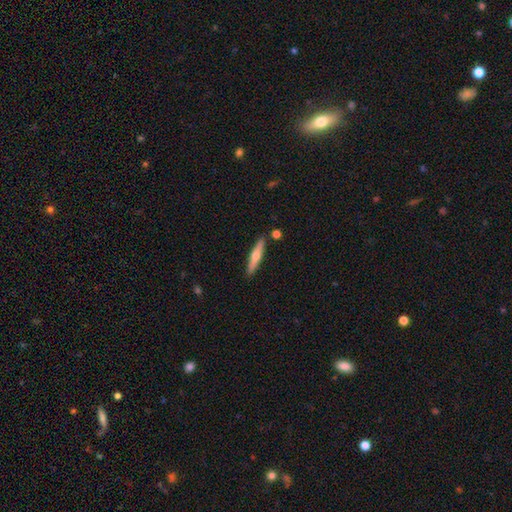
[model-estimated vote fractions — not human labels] Smooth or featured: smooth — 50% (featured or disk — 45%)
Merging: none — 87% (minor disturbance — 8%)